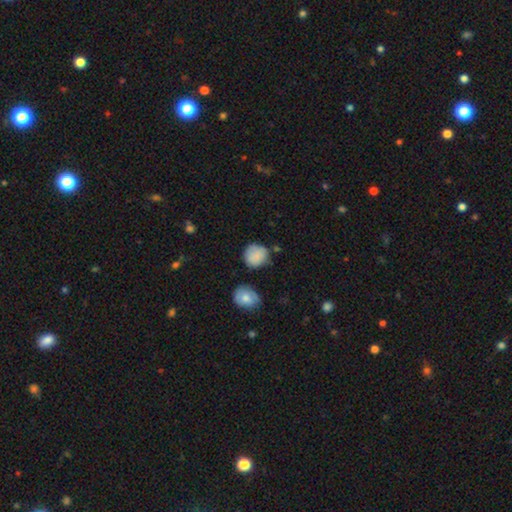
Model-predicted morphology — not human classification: A smooth galaxy with no disk features (83%) that is round (84%). Merging: none (65%).